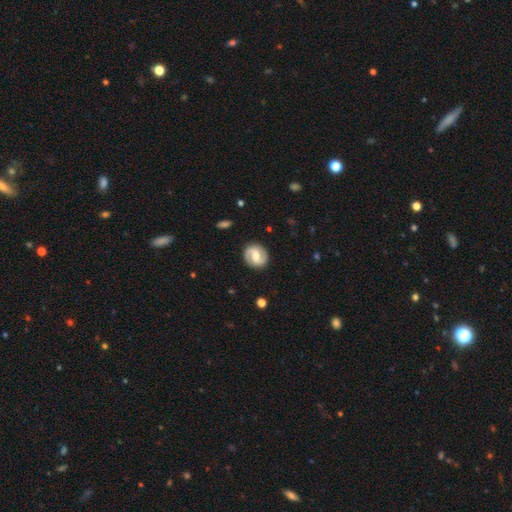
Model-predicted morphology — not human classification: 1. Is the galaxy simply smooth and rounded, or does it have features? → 75% featured or disk, 20% smooth, 5% star or artifact.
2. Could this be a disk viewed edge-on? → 97% no, 3% yes.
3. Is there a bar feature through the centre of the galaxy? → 49% weak, 29% strong, 23% no.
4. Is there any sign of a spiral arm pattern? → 91% yes, 9% no.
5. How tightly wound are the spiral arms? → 45% medium, 30% tight, 25% loose.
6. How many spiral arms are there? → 90% 2, 5% can't tell, 3% 1, 1% 3, 1% 4, 1% more than 4.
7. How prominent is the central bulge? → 60% moderate, 24% small, 10% large, 4% none, 2% dominant.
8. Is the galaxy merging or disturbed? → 86% none, 10% minor disturbance, 3% major disturbance, 1% merger.